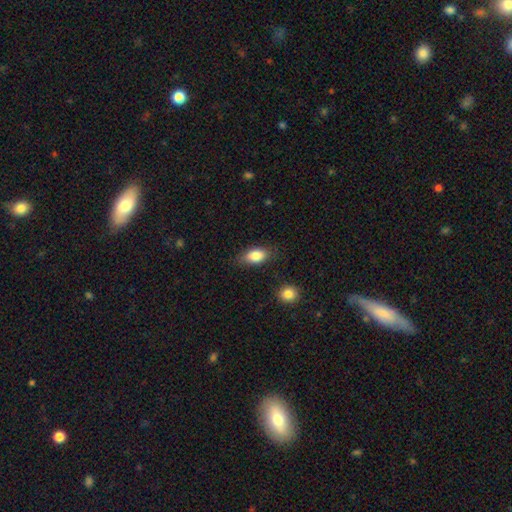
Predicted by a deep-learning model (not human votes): Smooth or featured: smooth — 85% (featured or disk — 8%)
How rounded: in between — 89% (round — 6%)
Merging: none — 79% (minor disturbance — 15%)